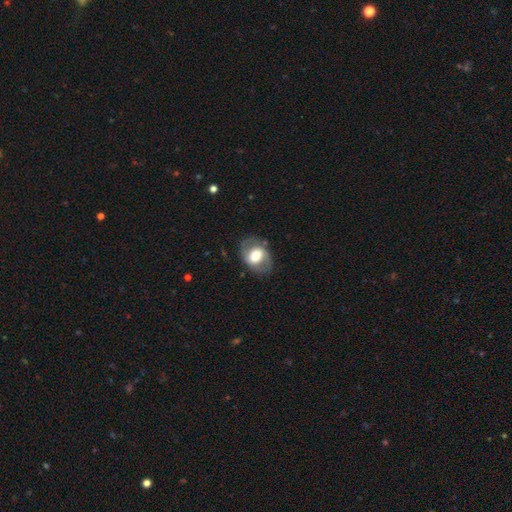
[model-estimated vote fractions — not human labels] smooth-or-featured: featured or disk: 49% | smooth: 44% | star or artifact: 7%
  merging: none: 74% | minor disturbance: 17% | major disturbance: 8% | merger: 1%